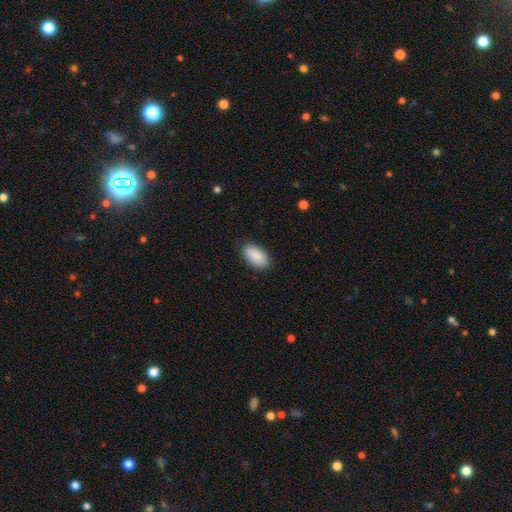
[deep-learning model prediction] The model was most divided on "merging": none: 87%, minor disturbance: 9%, major disturbance: 2%, merger: 1%. More confident: how rounded — in between (94%); smooth or featured — smooth (90%).